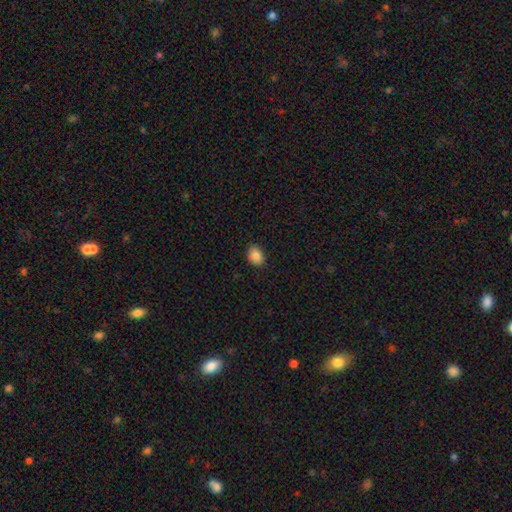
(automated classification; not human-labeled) Overall: smooth (87%). How rounded: in between (66%; round 33%). Merging: none (87%).